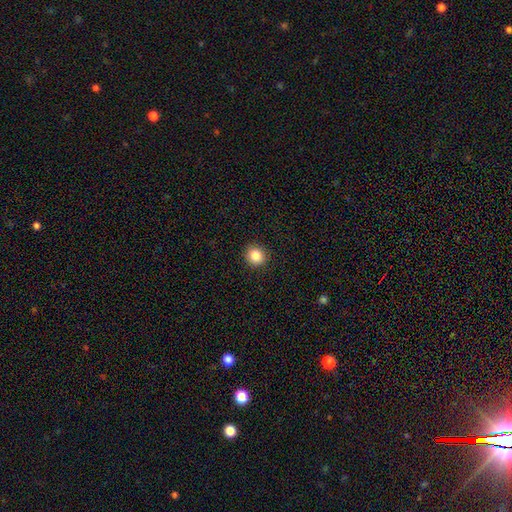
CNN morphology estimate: A smooth galaxy with no disk features (86%) that is round (87%).

Vote fractions:
- Smooth or featured? smooth: 86% / star or artifact: 10% / featured or disk: 4%
- How rounded? round: 87% / in between: 12% / cigar-shaped: 1%
- Merging? none: 92% / minor disturbance: 6% / major disturbance: 2% / merger: 1%